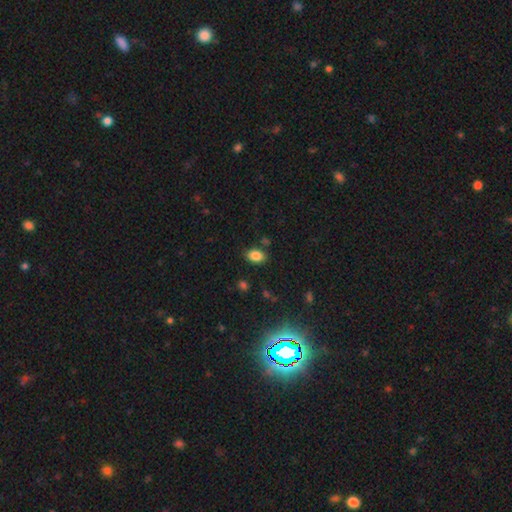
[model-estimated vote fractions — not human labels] This appears to be a smooth galaxy with no disk features (84%) that is in between round and cigar-shaped (85%). Merging: none (82%).